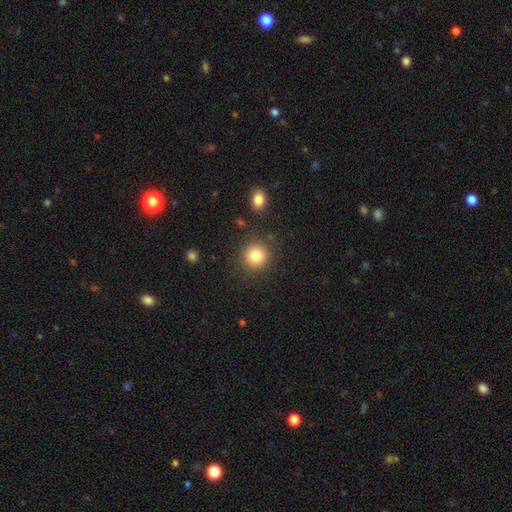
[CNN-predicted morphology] type=smooth (82%); roundness=round (92%); merging=none (86%).